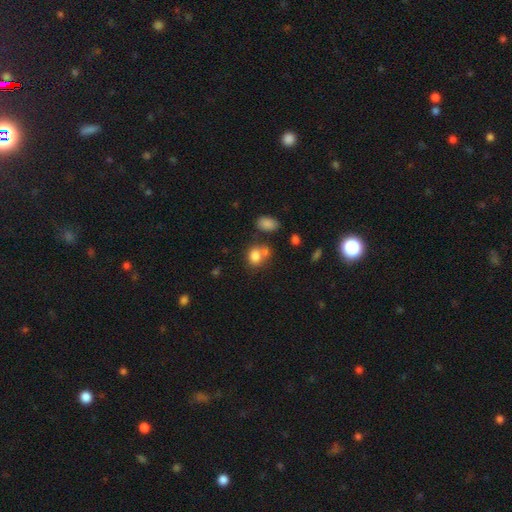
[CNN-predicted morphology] A smooth galaxy with no disk features (80%) that is round (53%). Merging: none (47%).